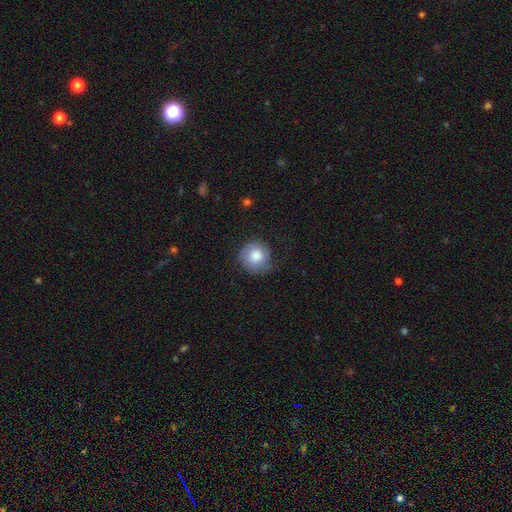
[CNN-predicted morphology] A smooth galaxy with no disk features (73%) that is round (90%).

Vote fractions:
- Smooth or featured? smooth: 73% / featured or disk: 20% / star or artifact: 7%
- How rounded? round: 90% / in between: 9% / cigar-shaped: 1%
- Merging? none: 66% / minor disturbance: 24% / major disturbance: 9% / merger: 1%